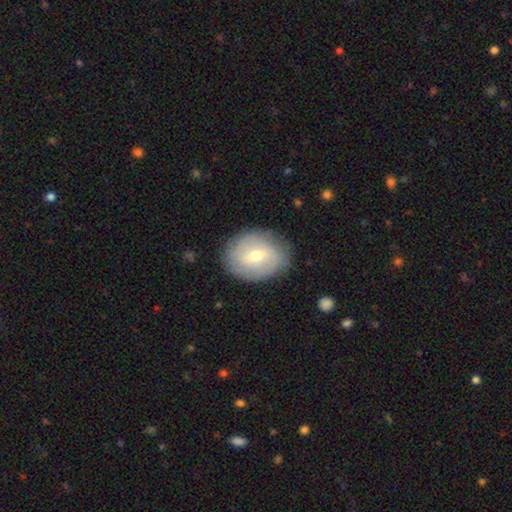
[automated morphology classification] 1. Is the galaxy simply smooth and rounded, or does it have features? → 52% featured or disk, 41% smooth, 7% star or artifact.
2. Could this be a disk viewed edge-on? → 95% no, 5% yes.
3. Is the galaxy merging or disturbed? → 81% none, 14% minor disturbance, 4% major disturbance, 1% merger.